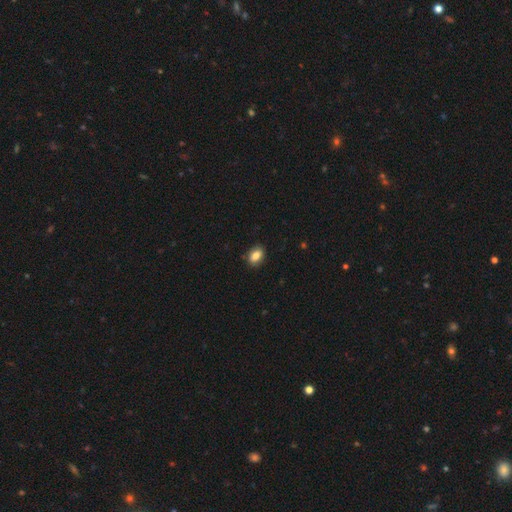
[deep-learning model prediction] Smooth or featured? smooth (84%)
How rounded? in between (83%)
Merging? none (86%)